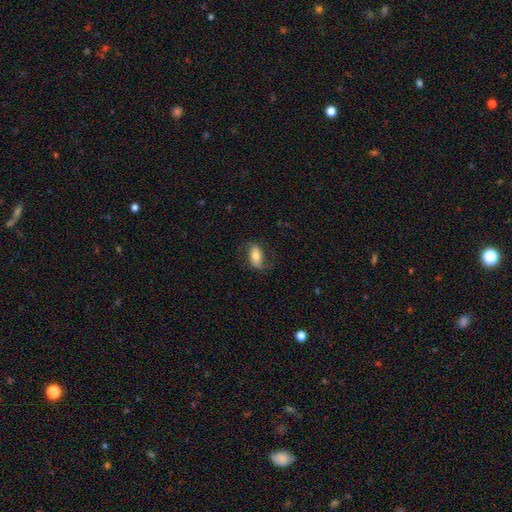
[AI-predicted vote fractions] Smooth or featured? Predicted: featured or disk (p=0.50). Merging? Predicted: none (p=0.69).